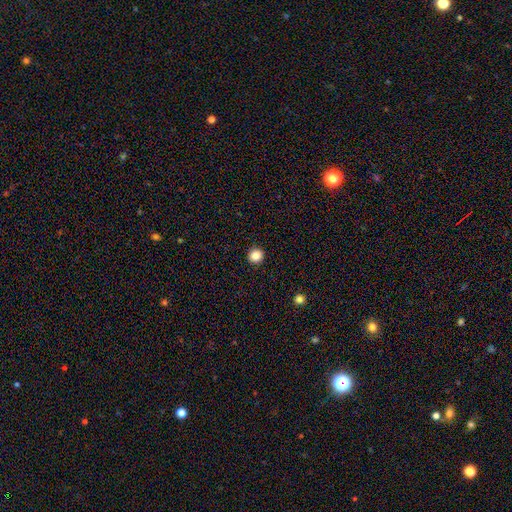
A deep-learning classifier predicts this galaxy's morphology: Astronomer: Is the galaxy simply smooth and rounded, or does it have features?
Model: smooth — 85%.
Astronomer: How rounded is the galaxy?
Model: round — 94%.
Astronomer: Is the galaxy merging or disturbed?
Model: none — 93%.